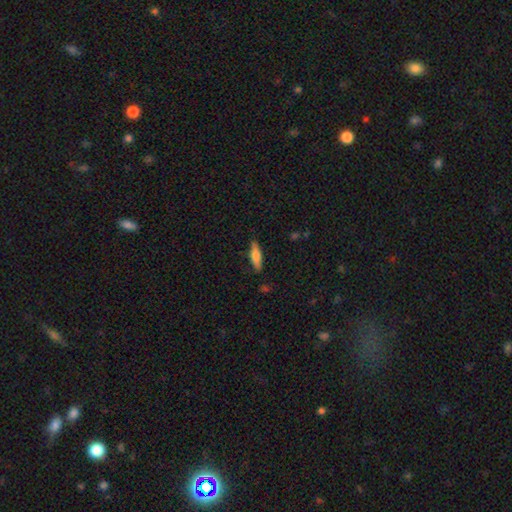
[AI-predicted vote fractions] Q: Smooth or featured?
A: smooth (70%); runner-up: featured or disk (24%)
Q: How rounded?
A: cigar-shaped (61%); runner-up: in between (37%)
Q: Merging?
A: none (83%); runner-up: minor disturbance (13%)